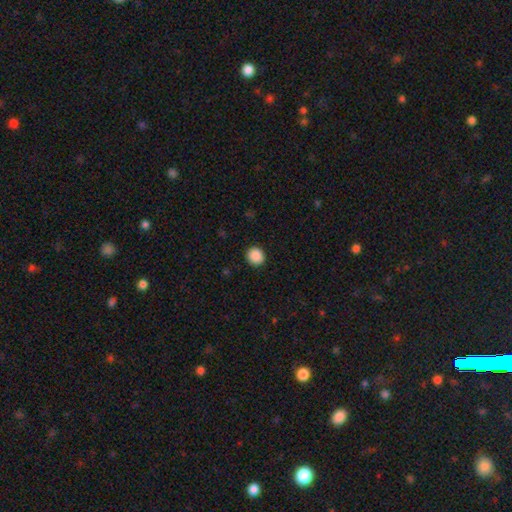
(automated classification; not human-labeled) smooth_or_featured: smooth (p=0.89) [alt: star or artifact p=0.09]
how_rounded: round (p=0.90) [alt: in between p=0.09]
merging: none (p=0.92) [alt: minor disturbance p=0.05]